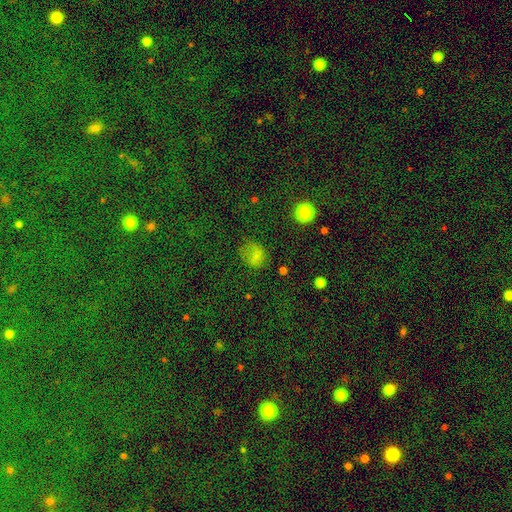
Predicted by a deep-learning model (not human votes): A smooth galaxy with no disk features (61%) that is round (59%). Merging: none (61%).